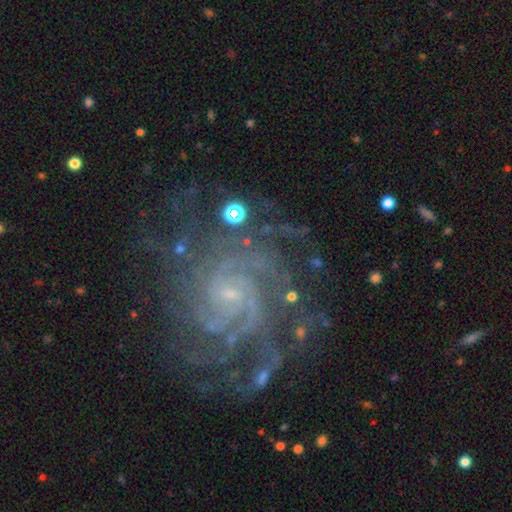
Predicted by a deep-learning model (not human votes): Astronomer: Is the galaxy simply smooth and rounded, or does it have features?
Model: featured or disk — 89%.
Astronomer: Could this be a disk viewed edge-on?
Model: no — 98%.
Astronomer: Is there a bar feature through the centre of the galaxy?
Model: no — 65%.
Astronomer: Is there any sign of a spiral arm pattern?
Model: yes — 98%.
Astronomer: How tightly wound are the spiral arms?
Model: tight — 70%.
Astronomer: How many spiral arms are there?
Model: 4 — 24% (runner-up: more than 4, 19%).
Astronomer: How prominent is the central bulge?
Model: small — 83%.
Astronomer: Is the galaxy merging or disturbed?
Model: none — 73%.